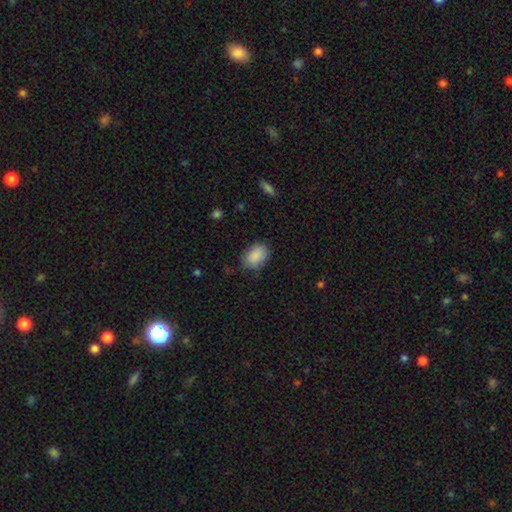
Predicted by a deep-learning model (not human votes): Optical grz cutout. It shows a smooth galaxy with no disk features (89%) that is in between round and cigar-shaped (83%). Merging: none (75%).